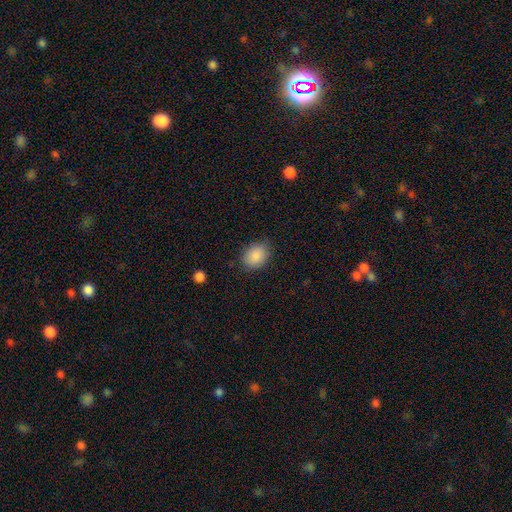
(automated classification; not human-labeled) Overall: smooth (88%). How rounded: in between (61%; round 38%). Merging: none (82%).